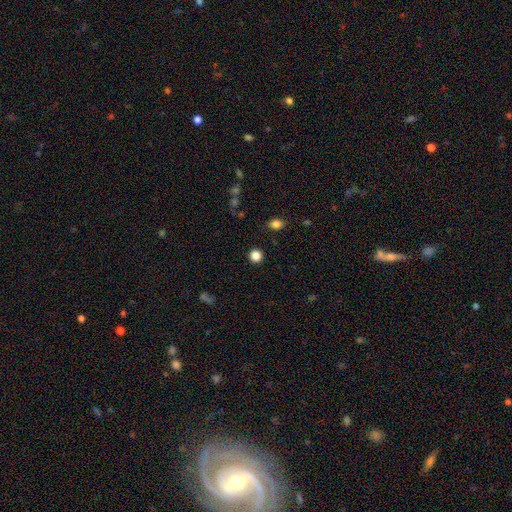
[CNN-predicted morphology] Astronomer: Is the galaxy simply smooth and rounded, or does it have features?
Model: smooth — 85%.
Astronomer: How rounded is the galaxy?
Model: round — 92%.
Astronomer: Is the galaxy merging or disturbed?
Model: none — 91%.